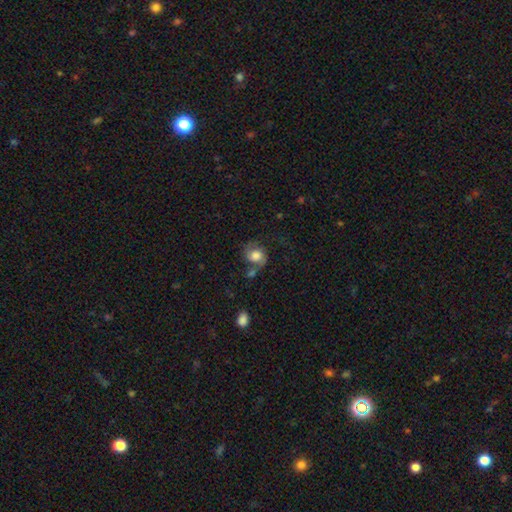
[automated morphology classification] Smooth or featured?
  - featured or disk: 48% *
  - smooth: 42%
  - star or artifact: 9%
Merging?
  - none: 52% *
  - minor disturbance: 21%
  - major disturbance: 15%
  - merger: 12%